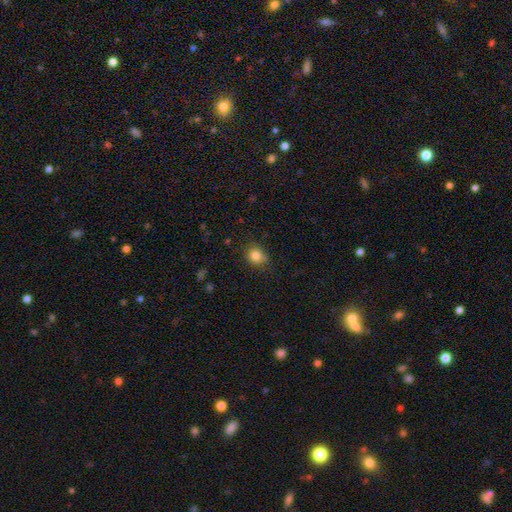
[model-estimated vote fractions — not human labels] A smooth galaxy with no disk features (83%) that is round (69%). Merging: none (73%).